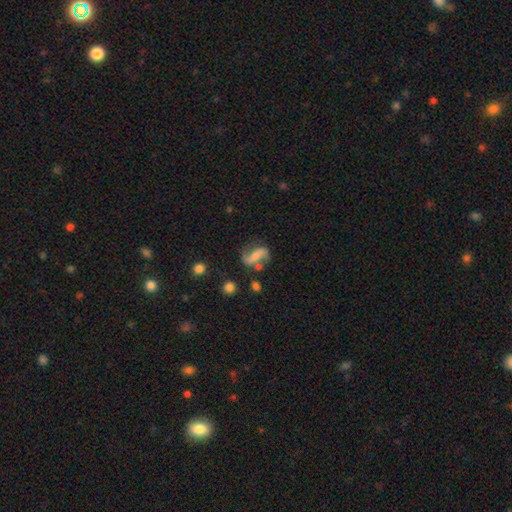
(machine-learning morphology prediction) The model was most divided on "bulge size": small: 35%, none: 33%, moderate: 23%, large: 6%, dominant: 2%. Remaining: edge-on disk — no (95%); spiral arms — yes (91%); spiral arm count — 2 (90%); smooth or featured — featured or disk (71%); spiral winding — loose (65%); merging — none (59%); bar — strong (40%).